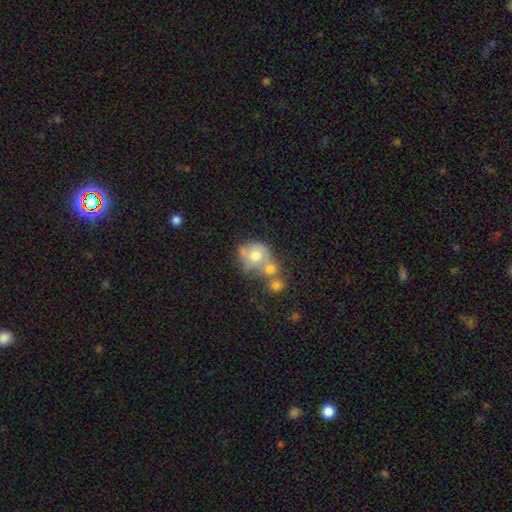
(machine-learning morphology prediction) Smooth or featured? Predicted: smooth (p=0.60). How rounded? Predicted: round (p=0.69). Merging? Predicted: merger (p=0.54).